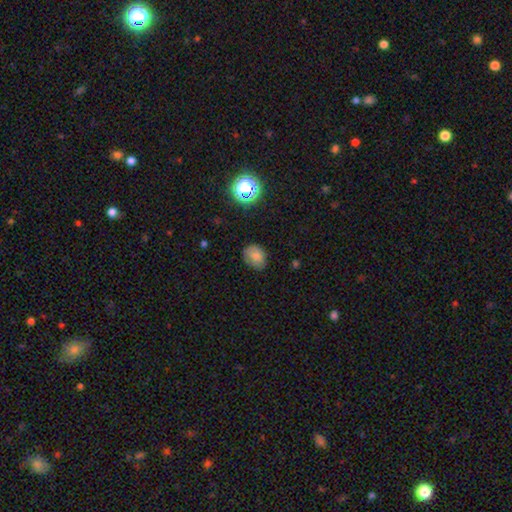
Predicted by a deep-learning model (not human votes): Smooth or featured? Predicted: smooth (p=0.77). How rounded? Predicted: in between (p=0.59). Merging? Predicted: none (p=0.71).